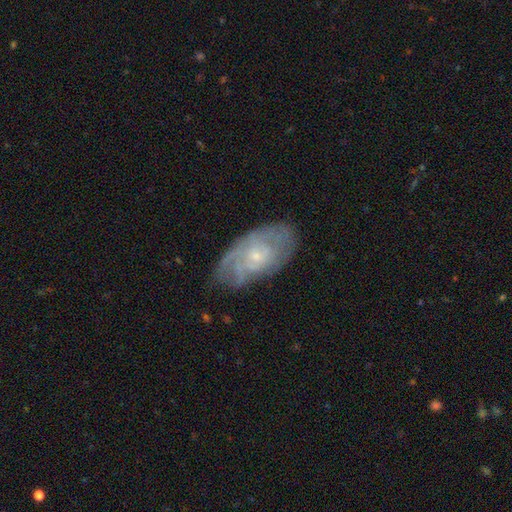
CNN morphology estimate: type=featured or disk (73%); edge-on=no (94%); bar=no (74%); spiral arms=yes (85%); winding=tight (61%); arm count=can't tell (53%); bulge=small (72%); merging=none (67%).